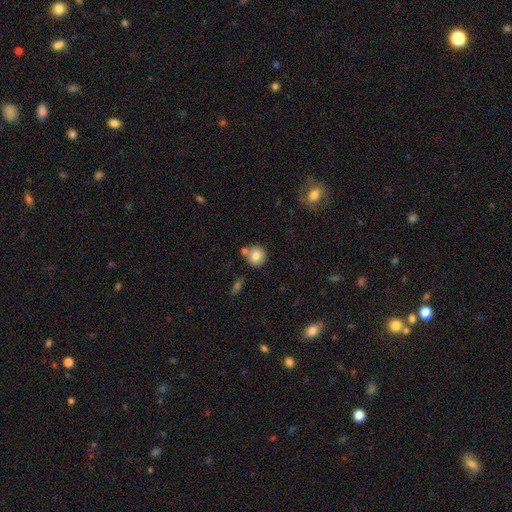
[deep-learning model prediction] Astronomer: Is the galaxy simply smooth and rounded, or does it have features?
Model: smooth — 79%.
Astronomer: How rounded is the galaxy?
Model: round — 90%.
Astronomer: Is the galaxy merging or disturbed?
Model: none — 70%.